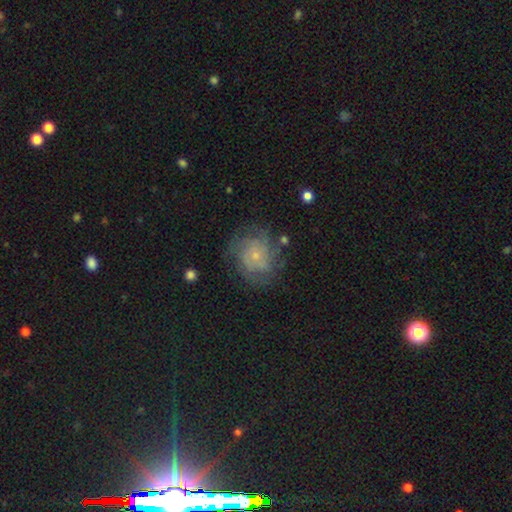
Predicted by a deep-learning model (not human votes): Smooth or featured? featured or disk (61%)
Edge-on disk? no (98%)
Bar? no (82%)
Spiral arms? yes (82%)
Bulge size? small (78%)
Merging? none (67%)